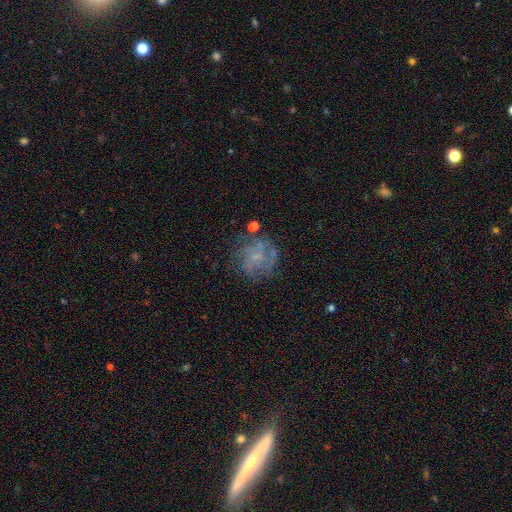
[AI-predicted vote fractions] A featured or disk galaxy (65%) with no bar (71%), spiral arms (73%) and a small central bulge (45%).

Vote fractions:
- Smooth or featured? featured or disk: 65% / smooth: 22% / star or artifact: 13%
- Edge-on disk? no: 98% / yes: 2%
- Bar? no: 71% / weak: 25% / strong: 4%
- Spiral arms? yes: 73% / no: 27%
- Bulge size? small: 45% / none: 39% / moderate: 14% / large: 2% / dominant: 1%
- Merging? none: 65% / minor disturbance: 17% / major disturbance: 14% / merger: 4%